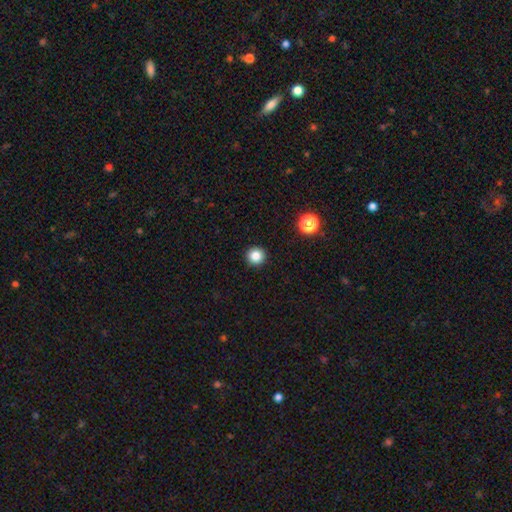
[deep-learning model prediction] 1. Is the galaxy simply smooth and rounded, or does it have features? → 84% smooth, 12% star or artifact, 4% featured or disk.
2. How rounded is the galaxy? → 95% round, 4% in between, 1% cigar-shaped.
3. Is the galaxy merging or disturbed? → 94% none, 4% minor disturbance, 1% major disturbance, 1% merger.